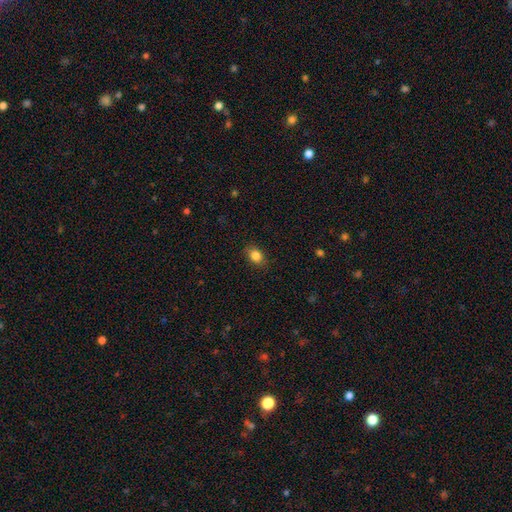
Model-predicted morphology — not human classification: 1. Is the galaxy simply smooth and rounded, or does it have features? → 85% smooth, 9% star or artifact, 6% featured or disk.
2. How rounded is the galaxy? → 69% in between, 30% round, 2% cigar-shaped.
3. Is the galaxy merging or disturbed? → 85% none, 11% minor disturbance, 3% major disturbance, 1% merger.